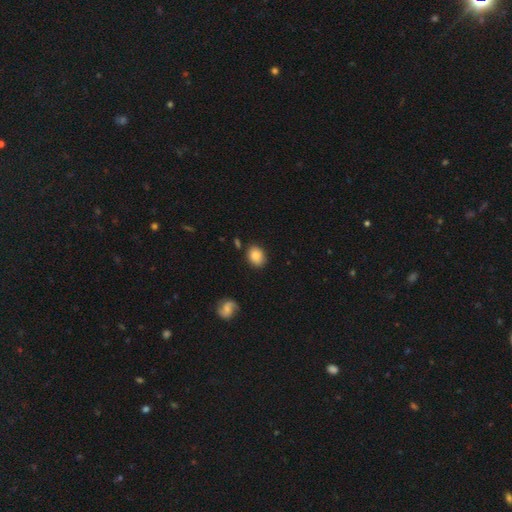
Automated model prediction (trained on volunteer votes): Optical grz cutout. It shows a smooth galaxy with no disk features (83%) that is in between round and cigar-shaped (58%). Merging: none (82%).